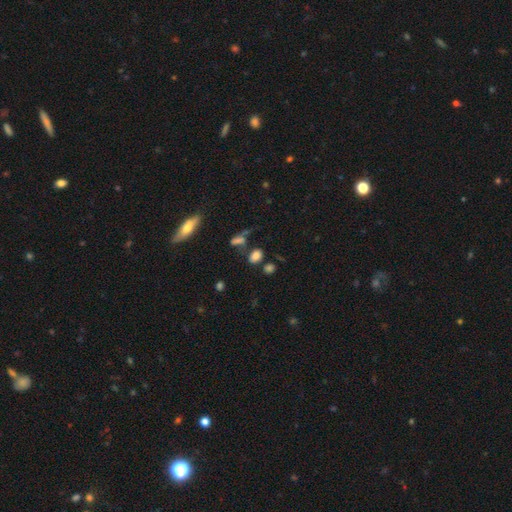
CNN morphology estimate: This appears to be a smooth galaxy with no disk features (80%) that is in between round and cigar-shaped (73%). Merging: none (65%).